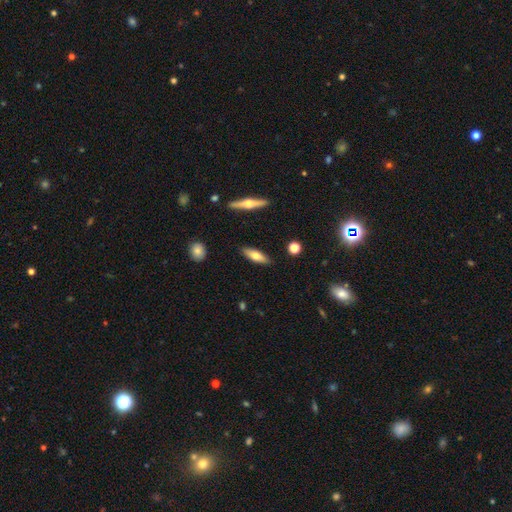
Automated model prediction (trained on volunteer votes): Smooth or featured? Predicted: smooth (p=0.62). How rounded? Predicted: cigar-shaped (p=0.50). Merging? Predicted: none (p=0.87).